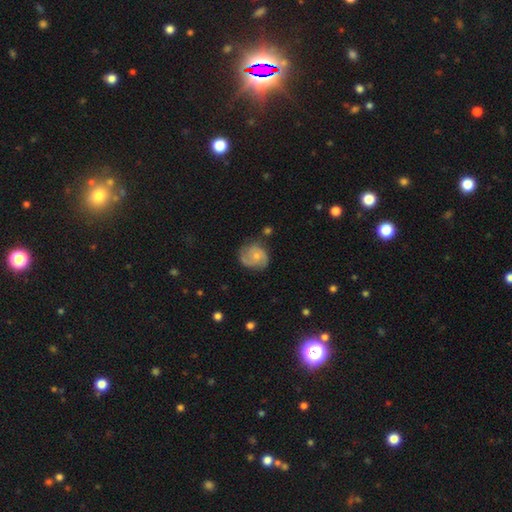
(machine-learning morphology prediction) Smooth or featured: featured or disk — 67% (smooth — 27%)
Edge-on disk: no — 98% (yes — 2%)
Bar: no — 74% (weak — 23%)
Spiral arms: yes — 92% (no — 8%)
Spiral winding: medium — 44% (tight — 41%)
Spiral arm count: 2 — 53% (3 — 22%)
Bulge size: small — 62% (moderate — 28%)
Merging: none — 68% (minor disturbance — 21%)